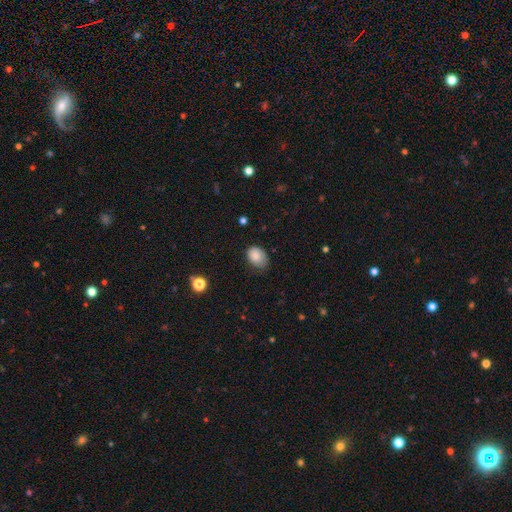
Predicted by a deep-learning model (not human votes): smooth 85%, star or artifact 9%, featured or disk 6%. Down the decision tree: how rounded — in between (72%); merging — none (59%).